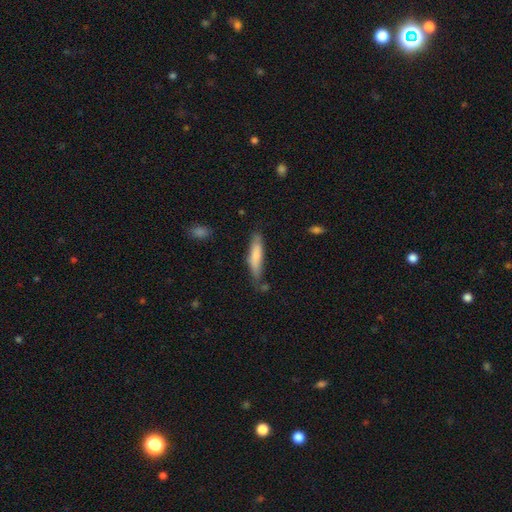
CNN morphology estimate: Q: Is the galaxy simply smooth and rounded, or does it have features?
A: smooth — 75%.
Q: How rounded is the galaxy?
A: cigar-shaped — 82%.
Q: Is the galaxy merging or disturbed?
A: none — 69%.